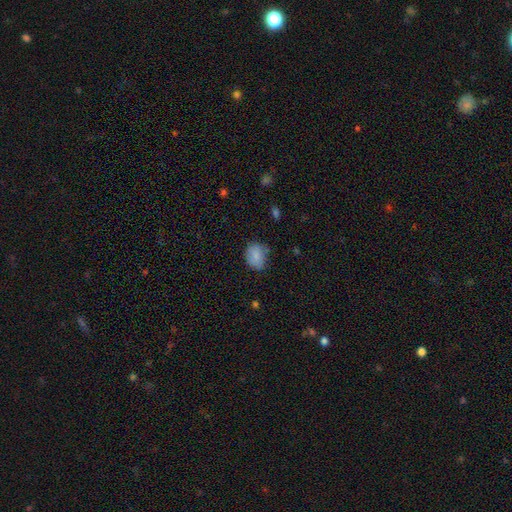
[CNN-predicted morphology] smooth_or_featured: smooth (p=0.83) [alt: star or artifact p=0.09]
how_rounded: in between (p=0.56) [alt: round p=0.43]
merging: none (p=0.63) [alt: minor disturbance p=0.28]